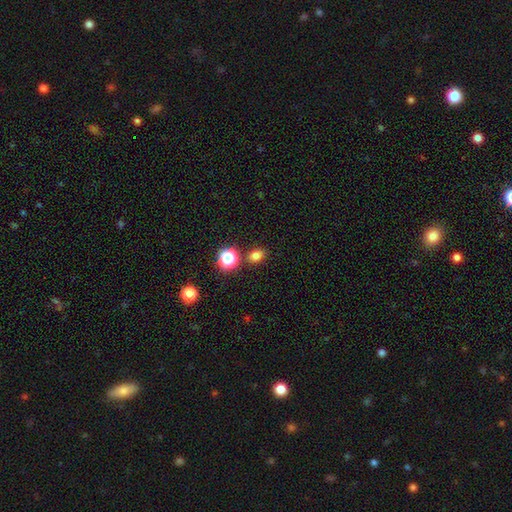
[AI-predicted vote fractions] This is likely a smooth galaxy (77%). How rounded: possibly in between (59%). Merging: clearly none (82%).